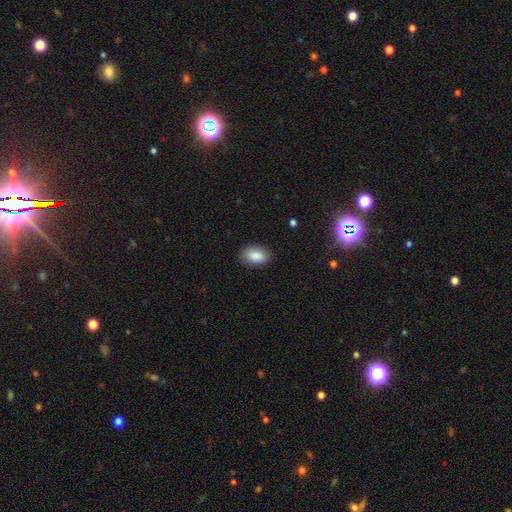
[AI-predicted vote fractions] Q: Smooth or featured?
A: smooth (87%); runner-up: star or artifact (7%)
Q: How rounded?
A: in between (89%); runner-up: round (10%)
Q: Merging?
A: none (87%); runner-up: minor disturbance (10%)